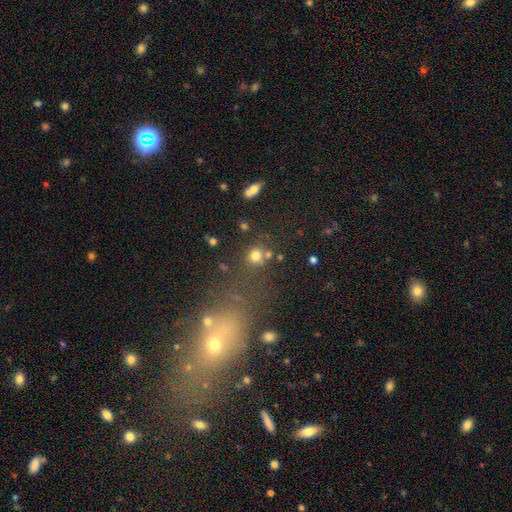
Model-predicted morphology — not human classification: Overall: smooth (74%). How rounded: round (86%). Merging: none (68%).